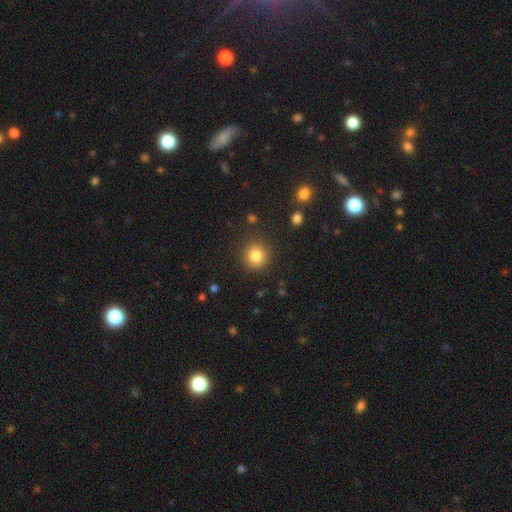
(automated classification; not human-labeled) This appears to be a smooth galaxy with no disk features (83%) that is round (90%). Merging: none (88%).